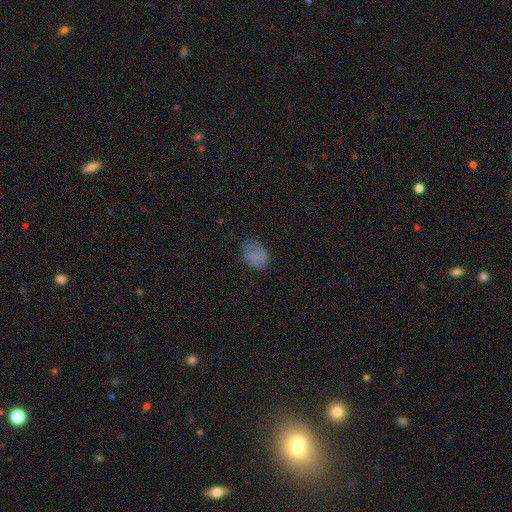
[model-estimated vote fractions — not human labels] smooth 77%, featured or disk 12%, star or artifact 11%. Down the decision tree: how rounded — in between (64%); merging — none (67%).